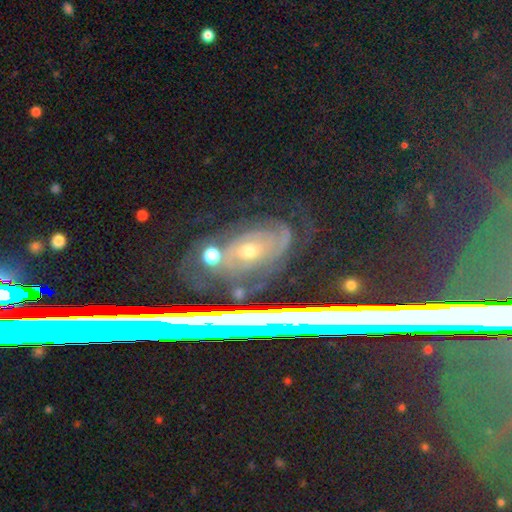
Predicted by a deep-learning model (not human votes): Smooth or featured? Predicted: star or artifact (p=0.45).